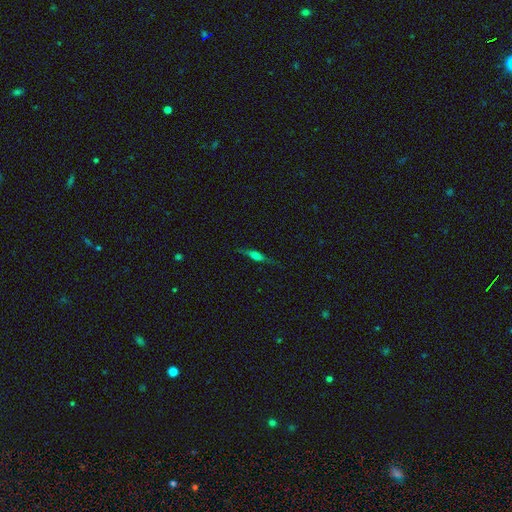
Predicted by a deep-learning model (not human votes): A featured or disk galaxy (58%) viewed edge-on (95%) with a rounded central bulge (68%).

Vote fractions:
- Smooth or featured? featured or disk: 58% / smooth: 32% / star or artifact: 11%
- Edge-on disk? yes: 95% / no: 5%
- Edge-on bulge? rounded: 68% / boxy: 24% / none: 8%
- Merging? none: 80% / minor disturbance: 15% / major disturbance: 4% / merger: 1%